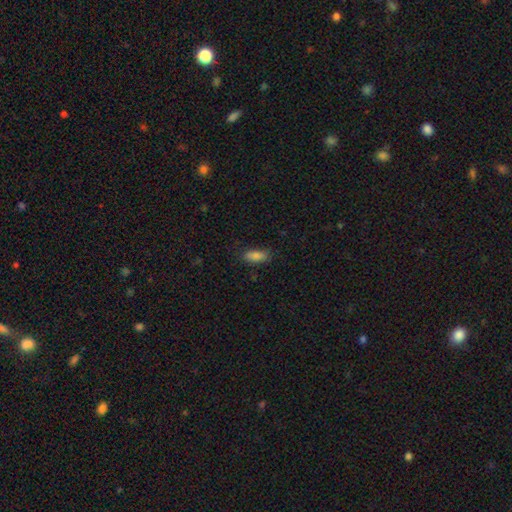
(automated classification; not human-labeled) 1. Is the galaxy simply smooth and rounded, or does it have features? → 84% smooth, 8% featured or disk, 8% star or artifact.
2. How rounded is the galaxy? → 79% in between, 19% cigar-shaped, 3% round.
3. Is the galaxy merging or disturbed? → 78% none, 17% minor disturbance, 4% major disturbance, 1% merger.